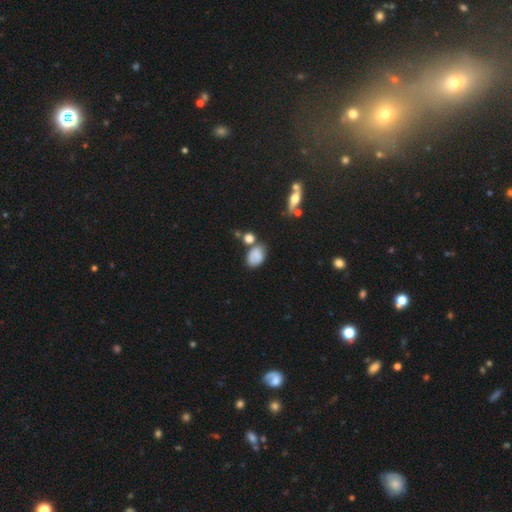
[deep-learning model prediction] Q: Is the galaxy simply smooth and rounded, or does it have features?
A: smooth — 78%.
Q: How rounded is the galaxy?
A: in between — 81%.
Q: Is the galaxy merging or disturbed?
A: none — 55%.